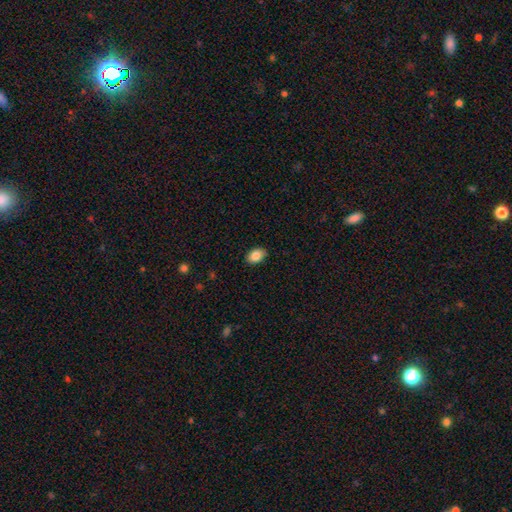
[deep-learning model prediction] smooth 87%, star or artifact 8%, featured or disk 5%. Down the decision tree: how rounded — in between (81%); merging — none (87%).